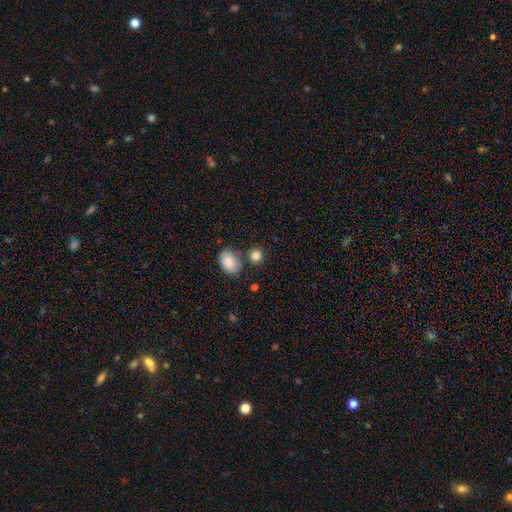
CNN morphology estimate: The model was most divided on "how rounded": round: 76%, in between: 22%, cigar-shaped: 1%. More confident: smooth or featured — smooth (85%); merging — none (71%).